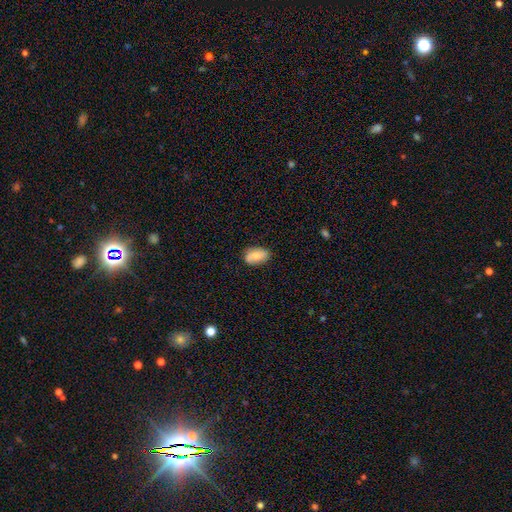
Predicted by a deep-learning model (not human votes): smooth-or-featured: smooth: 68% | featured or disk: 24% | star or artifact: 7%
  how-rounded: in between: 91% | round: 7% | cigar-shaped: 2%
  merging: none: 76% | minor disturbance: 18% | major disturbance: 4% | merger: 2%